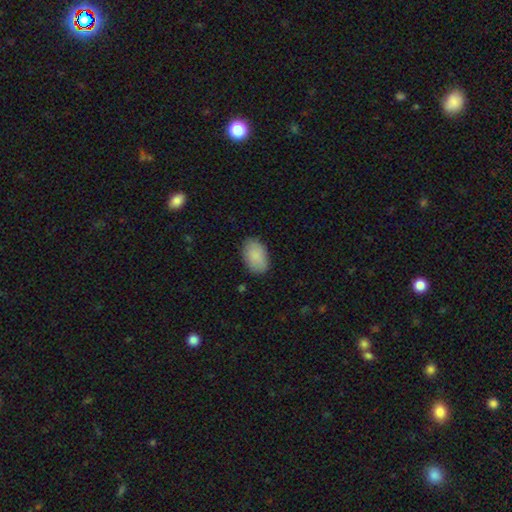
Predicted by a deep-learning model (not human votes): smooth_or_featured: smooth (p=0.88) [alt: featured or disk p=0.06]
how_rounded: in between (p=0.92) [alt: round p=0.07]
merging: none (p=0.84) [alt: minor disturbance p=0.12]